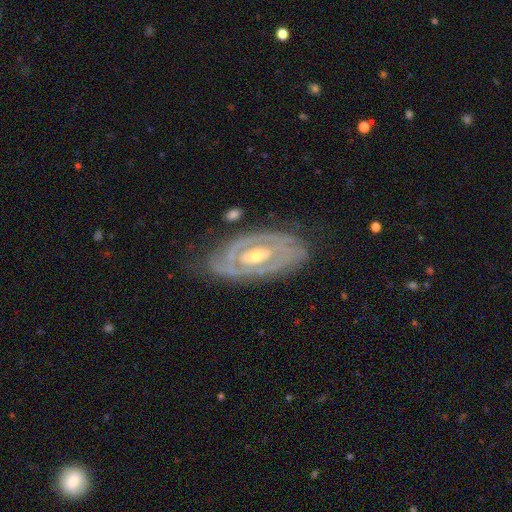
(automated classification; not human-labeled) featured or disk 86%, smooth 9%, star or artifact 4%. Down the decision tree: edge-on disk — no (93%); bar — no (53%); spiral arms — yes (82%); spiral arm count — 2 (45%); spiral winding — tight (74%); bulge size — moderate (60%); merging — none (72%).